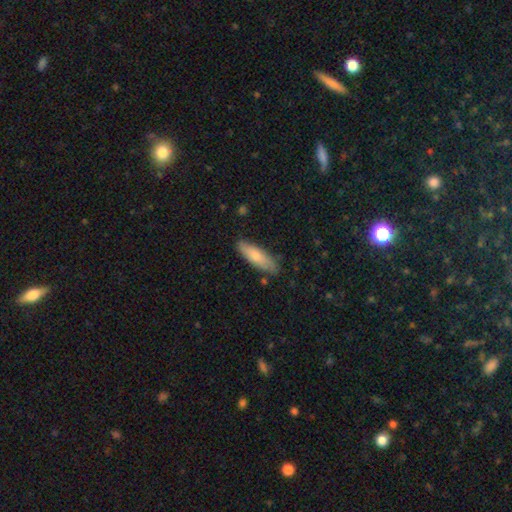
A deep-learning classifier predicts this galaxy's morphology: The model was most divided on "how rounded": cigar-shaped: 53%, in between: 45%, round: 2%. More confident: merging — none (81%); smooth or featured — smooth (75%).